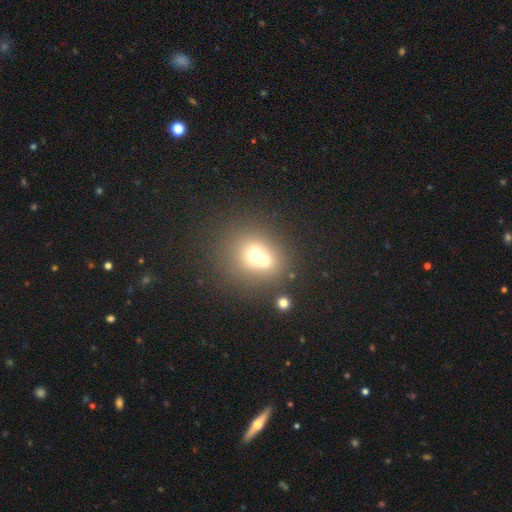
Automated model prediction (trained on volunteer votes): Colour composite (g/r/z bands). It shows a smooth galaxy with no disk features (64%) that is round (83%). Merging: merger (55%).